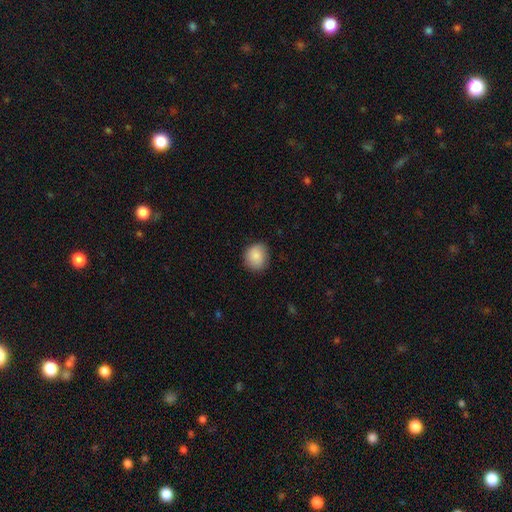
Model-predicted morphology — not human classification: smooth_or_featured: smooth (p=0.88) [alt: star or artifact p=0.08]
how_rounded: round (p=0.77) [alt: in between p=0.22]
merging: none (p=0.85) [alt: minor disturbance p=0.11]